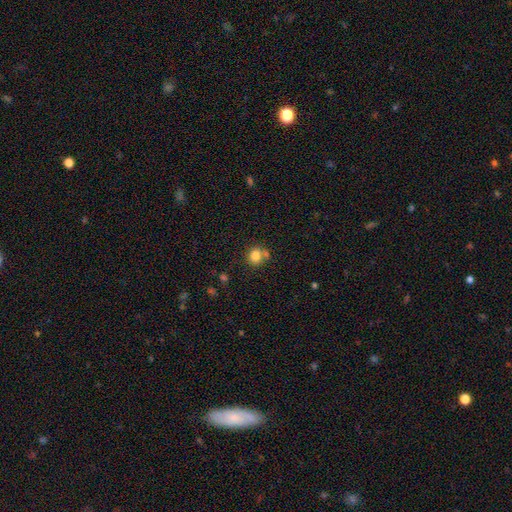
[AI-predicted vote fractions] Smooth or featured? Predicted: smooth (p=0.81). How rounded? Predicted: round (p=0.80). Merging? Predicted: none (p=0.62).